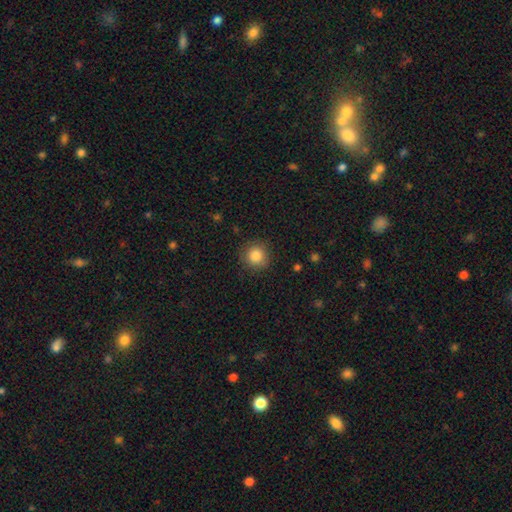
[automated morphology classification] Smooth or featured?
  - smooth: 85% *
  - star or artifact: 10%
  - featured or disk: 5%
How rounded?
  - round: 93% *
  - in between: 6%
  - cigar-shaped: 1%
Merging?
  - none: 88% *
  - minor disturbance: 9%
  - major disturbance: 3%
  - merger: 1%